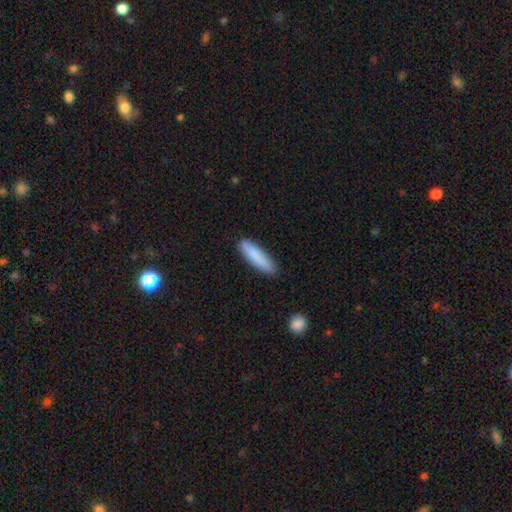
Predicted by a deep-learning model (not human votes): Smooth or featured? smooth (85%)
How rounded? cigar-shaped (78%)
Merging? none (87%)